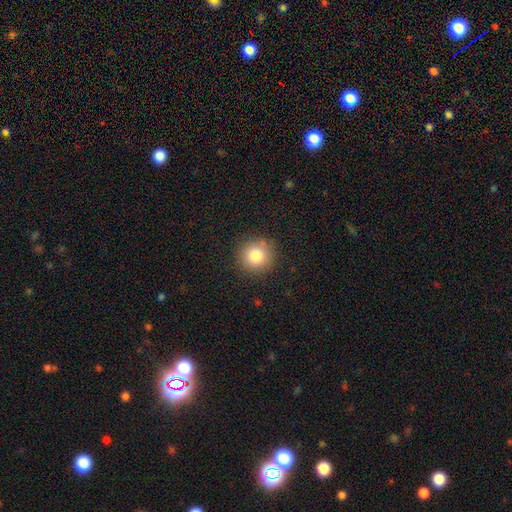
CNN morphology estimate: A smooth galaxy with no disk features (82%) that is round (93%). Merging: none (87%).